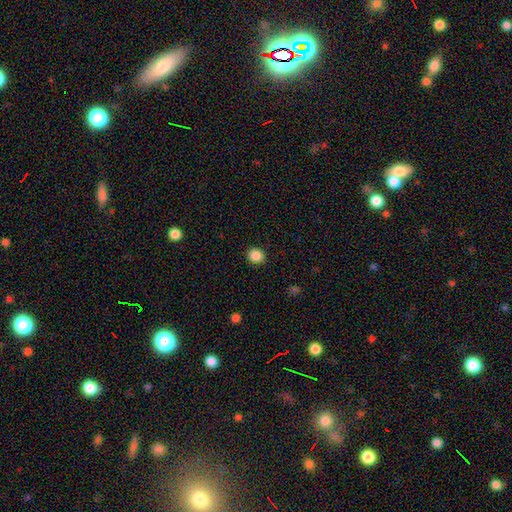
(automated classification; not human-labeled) Smooth or featured: smooth — 87% (star or artifact — 10%)
How rounded: round — 81% (in between — 18%)
Merging: none — 91% (minor disturbance — 6%)